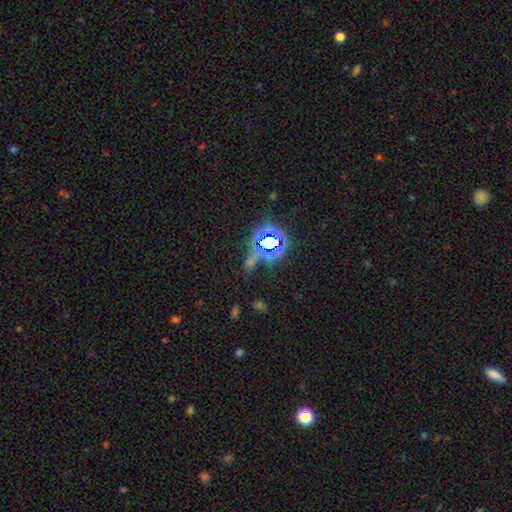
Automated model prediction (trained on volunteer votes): star or artifact 74%, smooth 17%, featured or disk 9%.